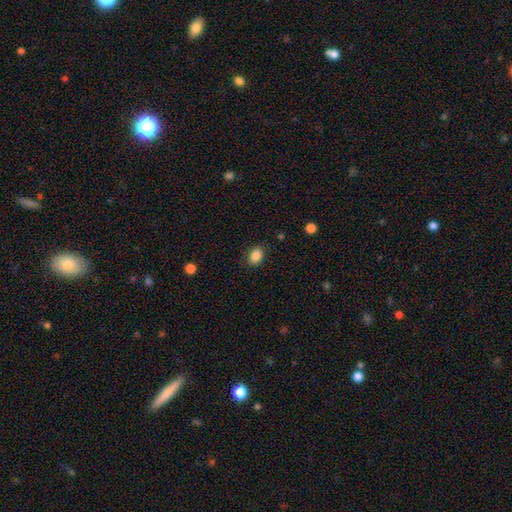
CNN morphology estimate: The model was most divided on "how rounded": in between: 71%, round: 28%, cigar-shaped: 1%. More confident: smooth or featured — smooth (86%); merging — none (86%).